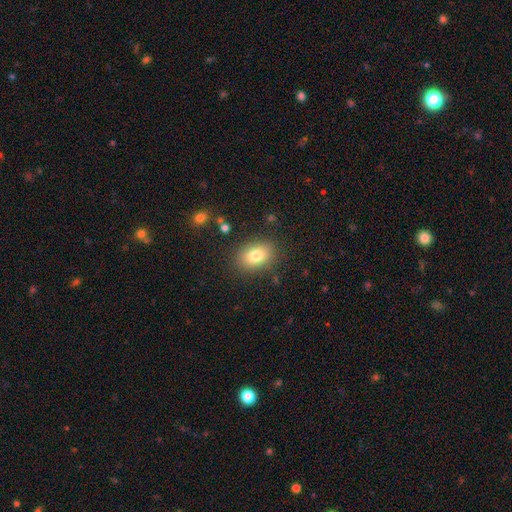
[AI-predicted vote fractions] A smooth galaxy with no disk features (80%) that is in between round and cigar-shaped (78%).

Vote fractions:
- Smooth or featured? smooth: 80% / featured or disk: 11% / star or artifact: 9%
- How rounded? in between: 78% / round: 21% / cigar-shaped: 1%
- Merging? none: 84% / minor disturbance: 11% / major disturbance: 4% / merger: 2%